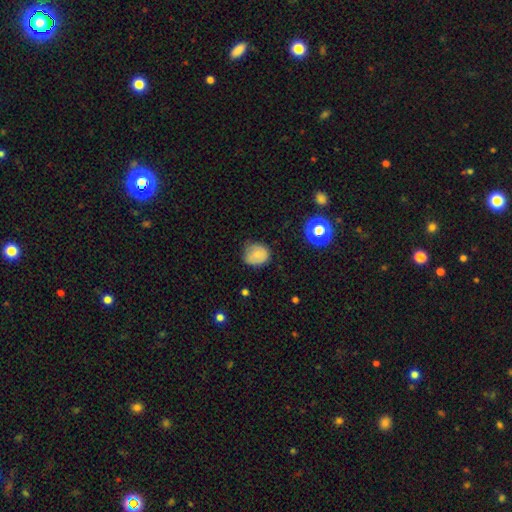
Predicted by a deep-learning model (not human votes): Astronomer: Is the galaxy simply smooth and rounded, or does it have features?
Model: smooth — 76%.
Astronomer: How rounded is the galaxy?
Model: round — 68%.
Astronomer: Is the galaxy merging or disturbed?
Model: none — 64%.